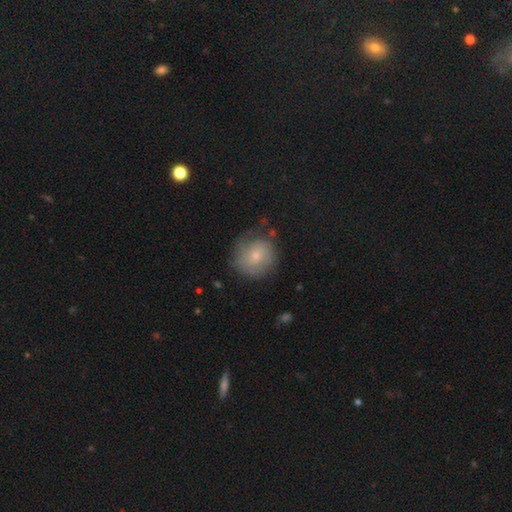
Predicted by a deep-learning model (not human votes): Smooth or featured? smooth (64%)
How rounded? round (86%)
Merging? none (62%)